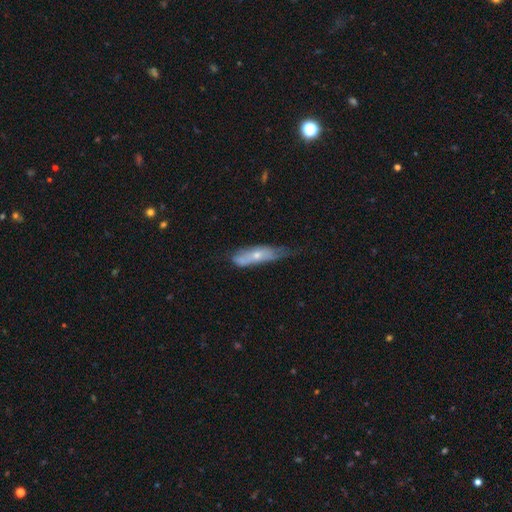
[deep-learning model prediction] A smooth galaxy with no disk features (50%). Merging: none (39%).